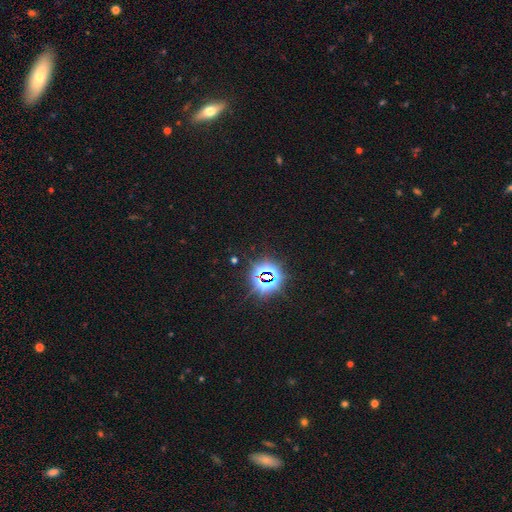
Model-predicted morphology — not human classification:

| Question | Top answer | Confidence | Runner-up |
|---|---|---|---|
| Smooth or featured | star or artifact | 75% | smooth (16%) |